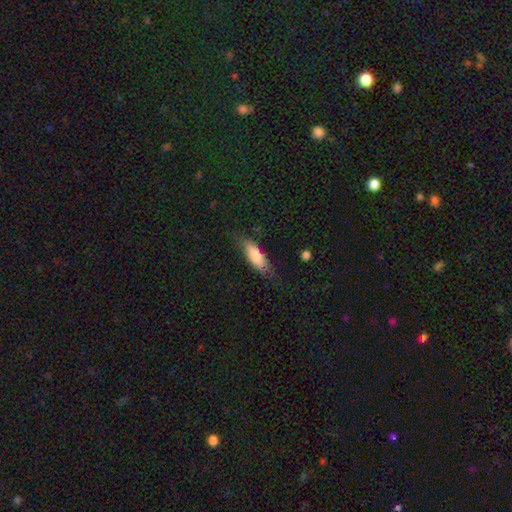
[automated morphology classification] smooth-or-featured: smooth: 80% | featured or disk: 14% | star or artifact: 6%
  how-rounded: in between: 65% | cigar-shaped: 33% | round: 2%
  merging: none: 72% | minor disturbance: 20% | major disturbance: 6% | merger: 2%